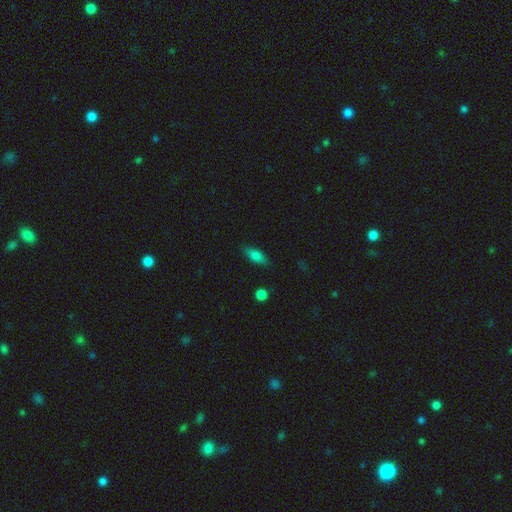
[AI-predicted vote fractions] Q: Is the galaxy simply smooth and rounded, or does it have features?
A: smooth — 77%.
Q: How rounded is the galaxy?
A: in between — 74%.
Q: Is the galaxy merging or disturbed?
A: none — 83%.